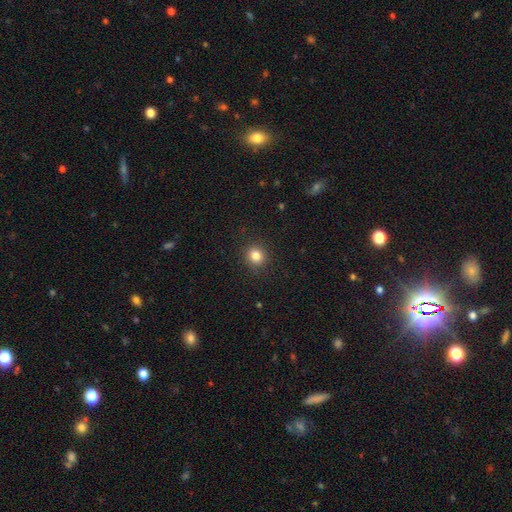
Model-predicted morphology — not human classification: The model was most divided on "smooth or featured": smooth: 83%, star or artifact: 12%, featured or disk: 5%. More confident: merging — none (91%); how rounded — round (88%).